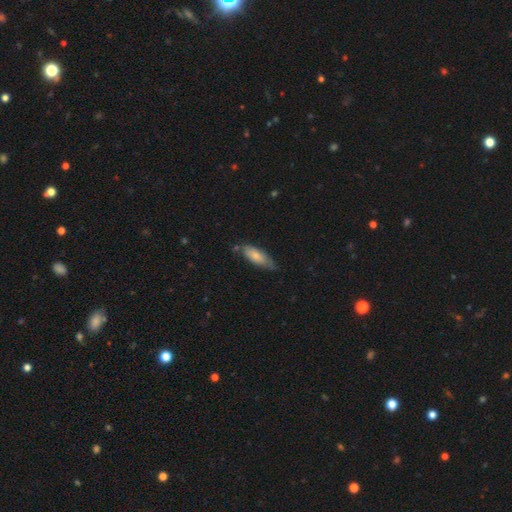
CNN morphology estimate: Overall: smooth (72%). How rounded: in between (70%). Merging: none (60%; minor disturbance 30%).